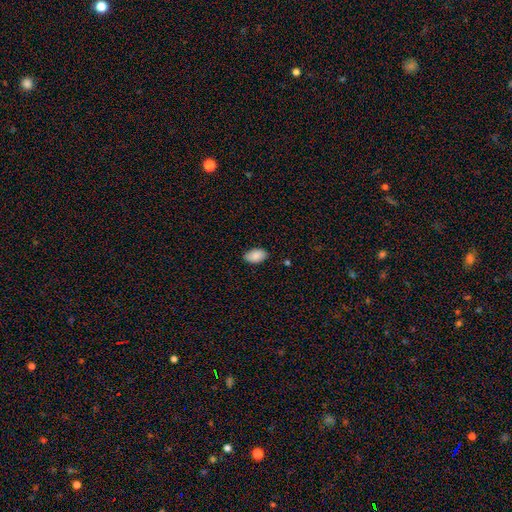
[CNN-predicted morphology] Smooth or featured: smooth — 88% (star or artifact — 6%)
How rounded: in between — 93% (round — 5%)
Merging: none — 84% (minor disturbance — 13%)